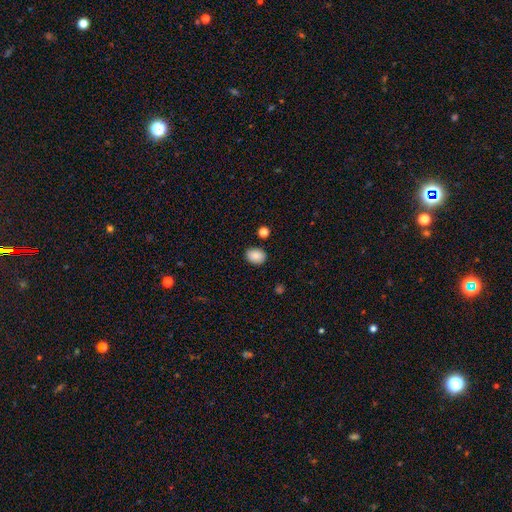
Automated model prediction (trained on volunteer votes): Smooth or featured? Predicted: smooth (p=0.87). How rounded? Predicted: in between (p=0.63). Merging? Predicted: none (p=0.87).